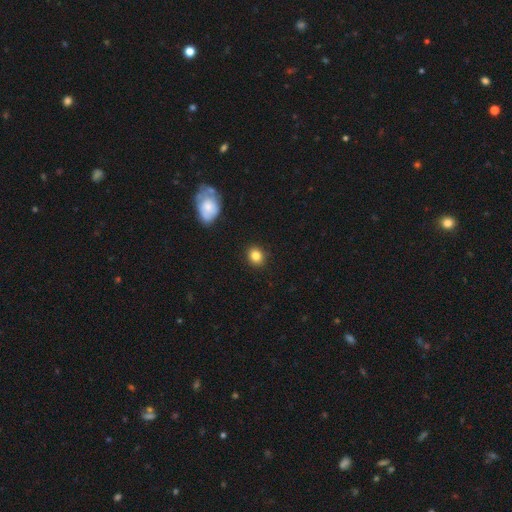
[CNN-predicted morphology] Overall: smooth (84%). How rounded: round (71%). Merging: none (90%).